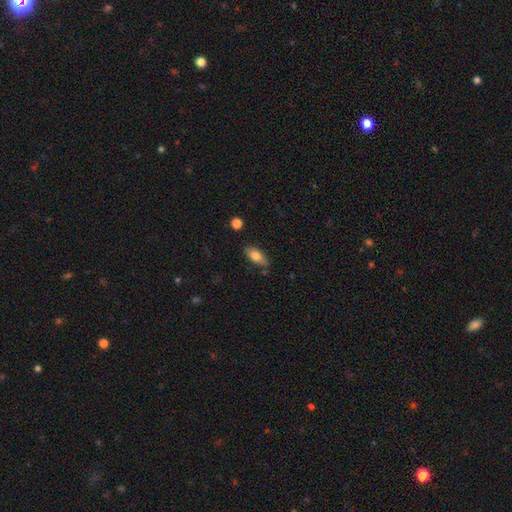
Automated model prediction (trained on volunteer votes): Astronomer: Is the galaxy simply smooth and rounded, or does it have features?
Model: smooth — 77%.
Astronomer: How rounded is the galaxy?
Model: in between — 82%.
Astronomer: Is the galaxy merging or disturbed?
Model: none — 79%.